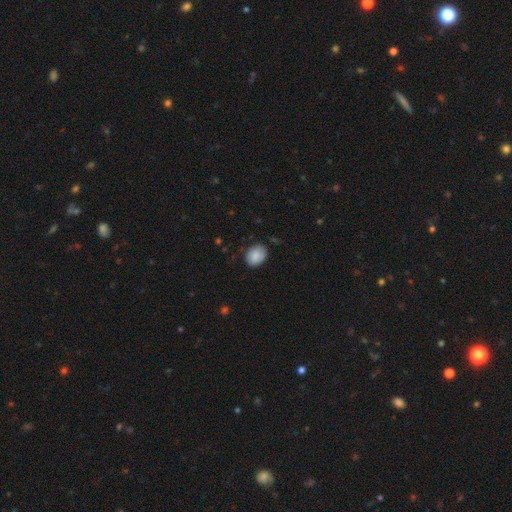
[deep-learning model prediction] Smooth or featured? smooth (85%)
How rounded? in between (66%)
Merging? none (78%)